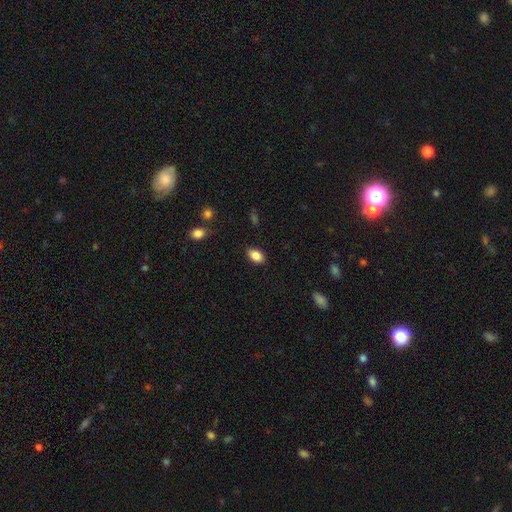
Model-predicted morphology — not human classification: A smooth galaxy with no disk features (86%) that is in between round and cigar-shaped (86%). Merging: none (87%).